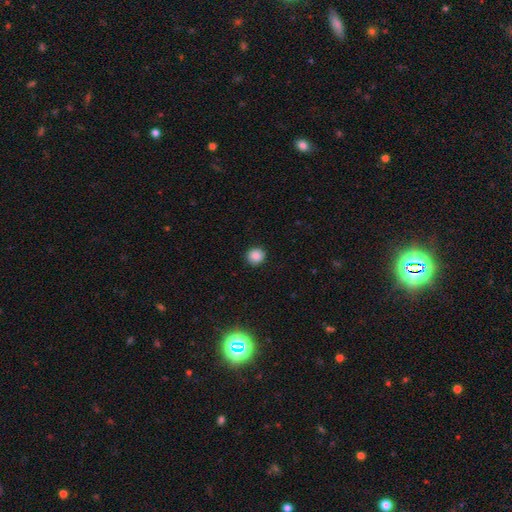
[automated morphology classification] Q: Smooth or featured?
A: smooth (87%); runner-up: star or artifact (9%)
Q: How rounded?
A: round (89%); runner-up: in between (10%)
Q: Merging?
A: none (90%); runner-up: minor disturbance (7%)